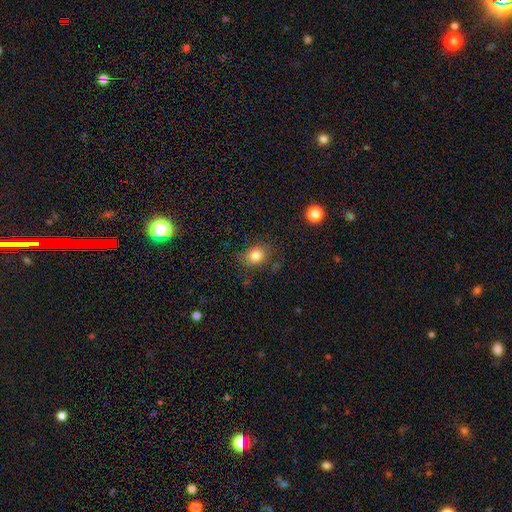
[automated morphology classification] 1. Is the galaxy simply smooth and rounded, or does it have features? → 82% smooth, 11% star or artifact, 8% featured or disk.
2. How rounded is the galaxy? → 54% in between, 45% round, 1% cigar-shaped.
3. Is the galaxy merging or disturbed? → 77% none, 16% minor disturbance, 5% major disturbance, 2% merger.